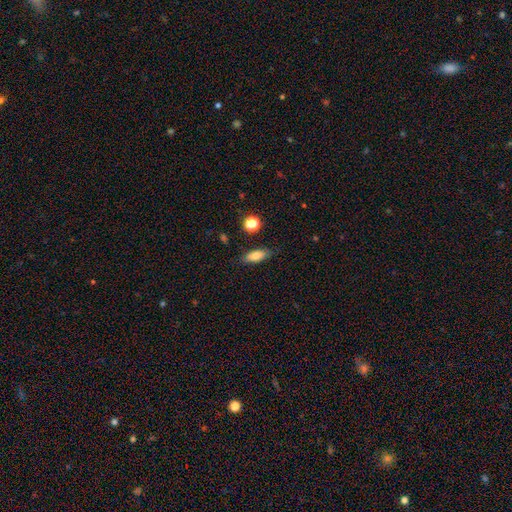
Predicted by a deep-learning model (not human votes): Q: Smooth or featured?
A: smooth (80%); runner-up: featured or disk (11%)
Q: How rounded?
A: in between (71%); runner-up: cigar-shaped (24%)
Q: Merging?
A: none (83%); runner-up: minor disturbance (12%)